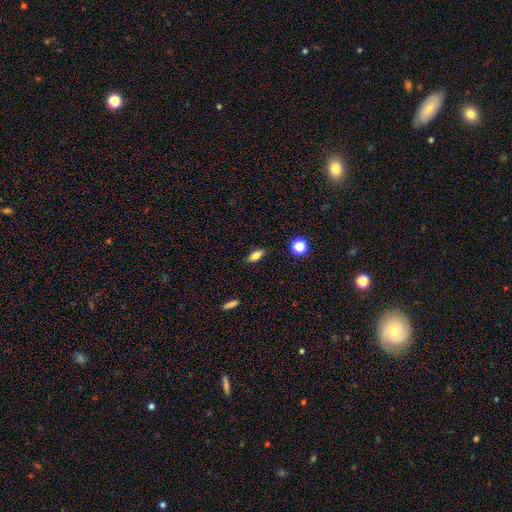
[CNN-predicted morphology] Smooth or featured? Predicted: smooth (p=0.72). How rounded? Predicted: in between (p=0.76). Merging? Predicted: none (p=0.81).